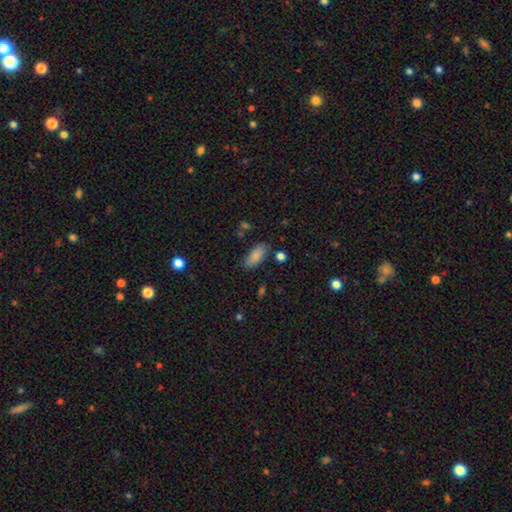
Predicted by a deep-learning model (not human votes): Q: Smooth or featured?
A: smooth (85%); runner-up: featured or disk (8%)
Q: How rounded?
A: in between (89%); runner-up: cigar-shaped (9%)
Q: Merging?
A: none (78%); runner-up: minor disturbance (14%)